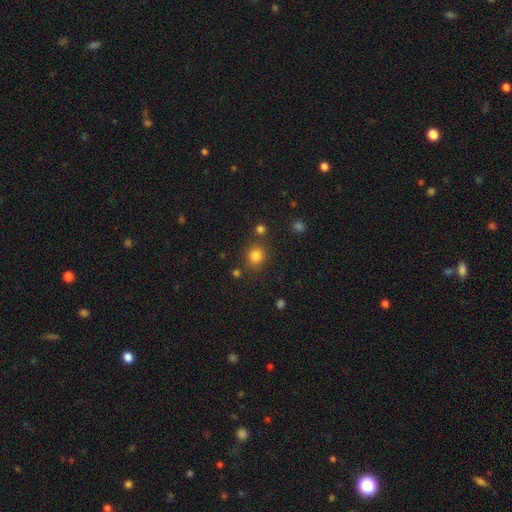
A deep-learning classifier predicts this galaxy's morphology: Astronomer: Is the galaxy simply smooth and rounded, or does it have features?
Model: smooth — 82%.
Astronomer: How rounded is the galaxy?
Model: round — 86%.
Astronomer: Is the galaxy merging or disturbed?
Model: none — 82%.